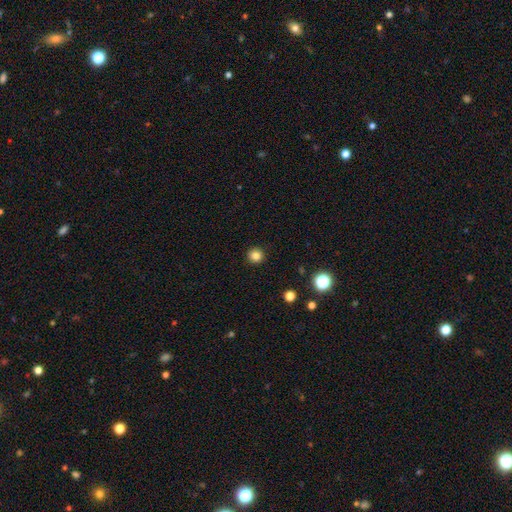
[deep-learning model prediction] Morphology: type=smooth (83%); roundness=round (94%); merging=none (92%).